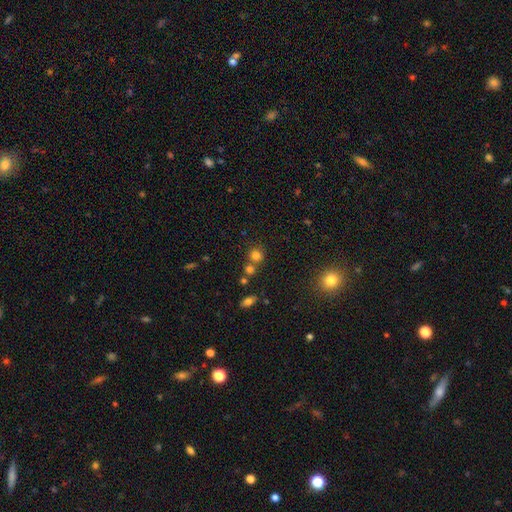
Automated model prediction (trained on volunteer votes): This appears to be a smooth galaxy with no disk features (75%) that is round (83%). Merging: none (58%).